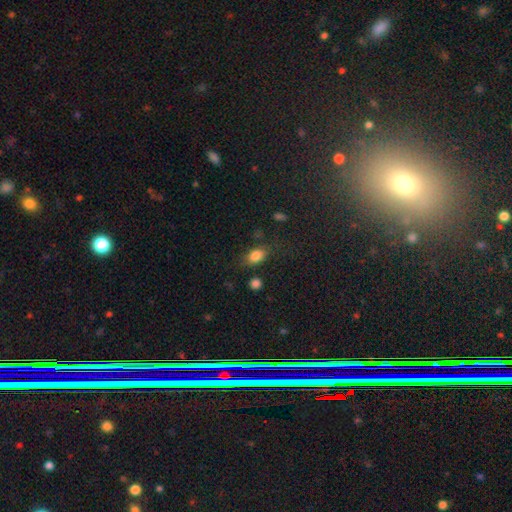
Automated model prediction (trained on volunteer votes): This appears to be a smooth galaxy with no disk features (83%) that is in between round and cigar-shaped (79%). Merging: none (71%).